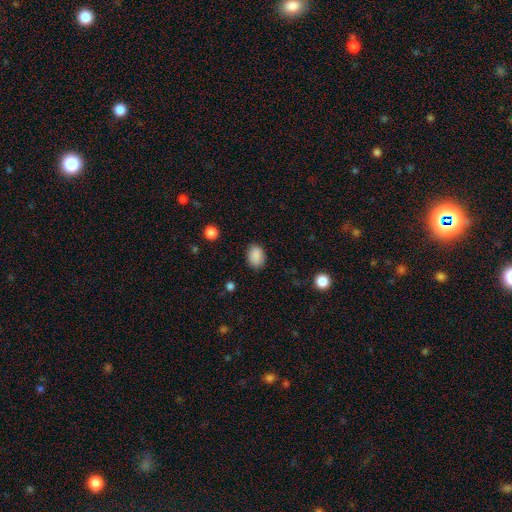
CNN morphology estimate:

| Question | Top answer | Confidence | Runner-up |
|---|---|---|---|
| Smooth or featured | smooth | 88% | star or artifact (8%) |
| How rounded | in between | 70% | round (29%) |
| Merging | none | 84% | minor disturbance (12%) |